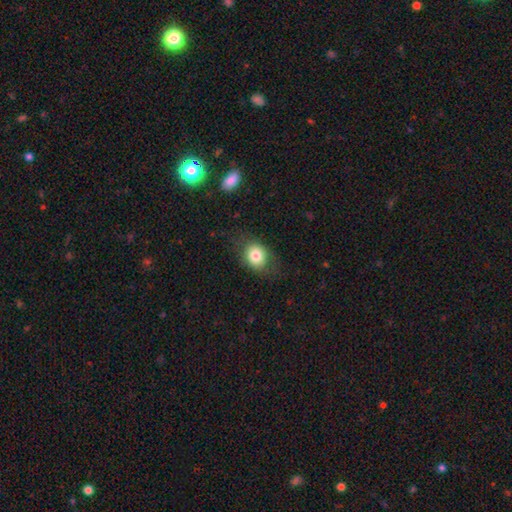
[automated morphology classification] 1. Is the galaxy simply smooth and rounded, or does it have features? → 79% smooth, 11% featured or disk, 9% star or artifact.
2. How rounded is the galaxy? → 54% round, 45% in between, 1% cigar-shaped.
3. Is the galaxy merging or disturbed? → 74% none, 17% minor disturbance, 8% major disturbance, 1% merger.